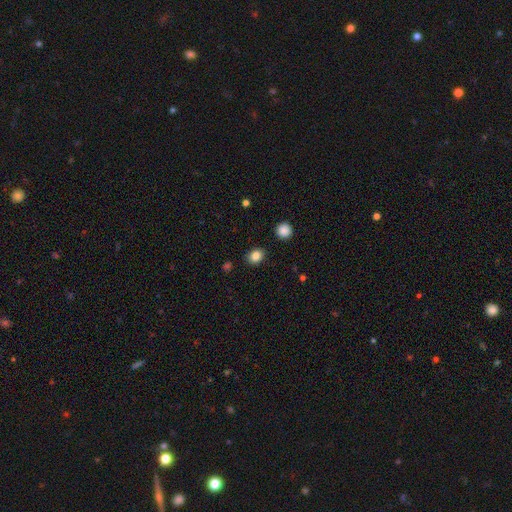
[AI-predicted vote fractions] Smooth or featured? Predicted: smooth (p=0.84). How rounded? Predicted: round (p=0.52). Merging? Predicted: none (p=0.88).